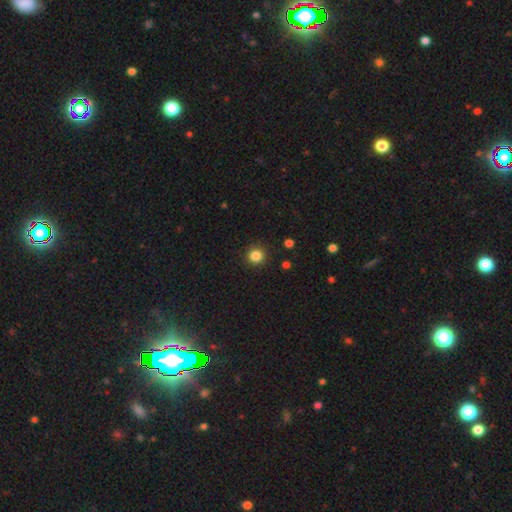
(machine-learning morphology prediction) smooth 84%, star or artifact 12%, featured or disk 4%. Down the decision tree: how rounded — round (93%); merging — none (91%).